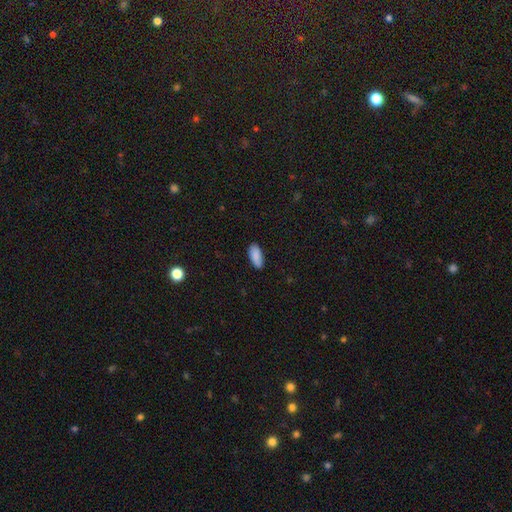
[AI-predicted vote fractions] This is clearly a smooth galaxy (89%). How rounded: clearly in between (87%). Merging: clearly none (84%).